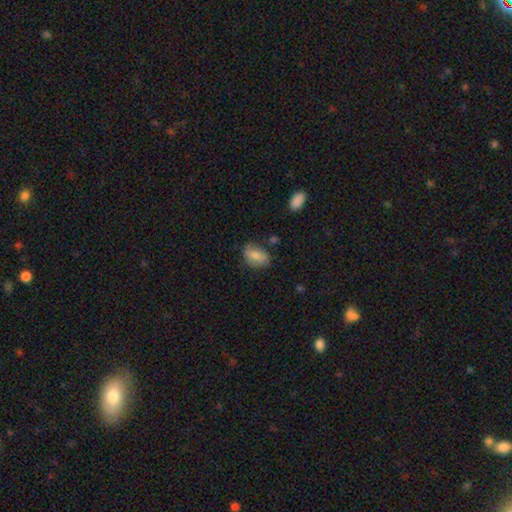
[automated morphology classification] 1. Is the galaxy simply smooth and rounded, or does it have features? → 78% smooth, 14% featured or disk, 8% star or artifact.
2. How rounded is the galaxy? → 86% in between, 13% round, 2% cigar-shaped.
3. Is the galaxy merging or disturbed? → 68% none, 23% minor disturbance, 6% major disturbance, 3% merger.